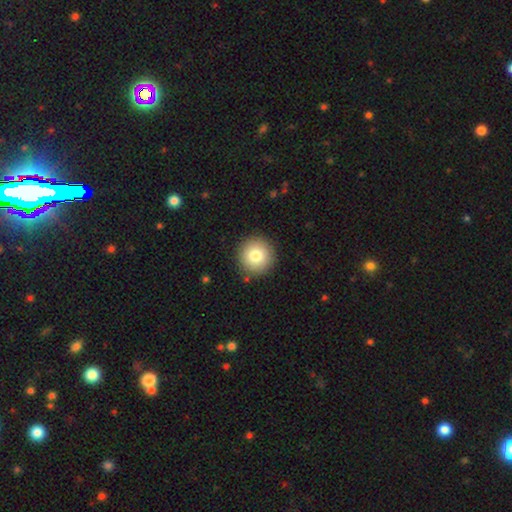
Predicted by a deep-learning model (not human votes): smooth_or_featured: smooth (p=0.81) [alt: featured or disk p=0.10]
how_rounded: round (p=0.95) [alt: in between p=0.04]
merging: none (p=0.90) [alt: minor disturbance p=0.06]